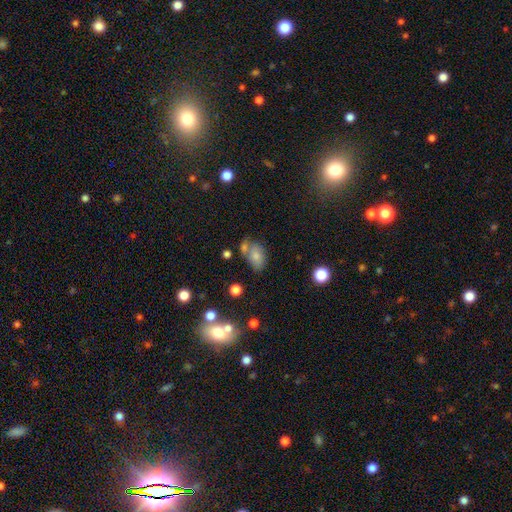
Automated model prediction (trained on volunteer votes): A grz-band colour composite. It shows a smooth galaxy with no disk features (75%) that is in between round and cigar-shaped (86%). Merging: none (48%).